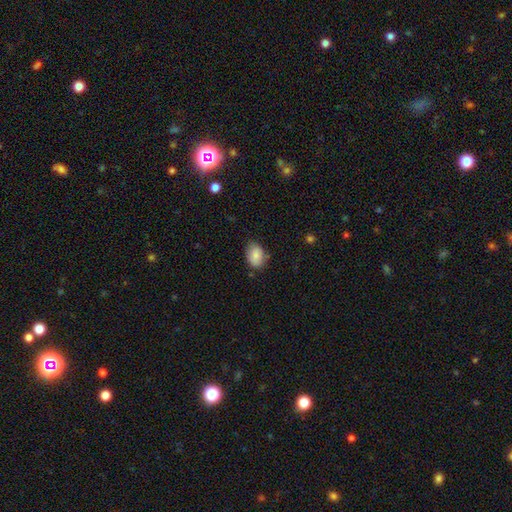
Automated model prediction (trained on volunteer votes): smooth 84%, featured or disk 8%, star or artifact 7%. Down the decision tree: how rounded — in between (77%); merging — none (72%).